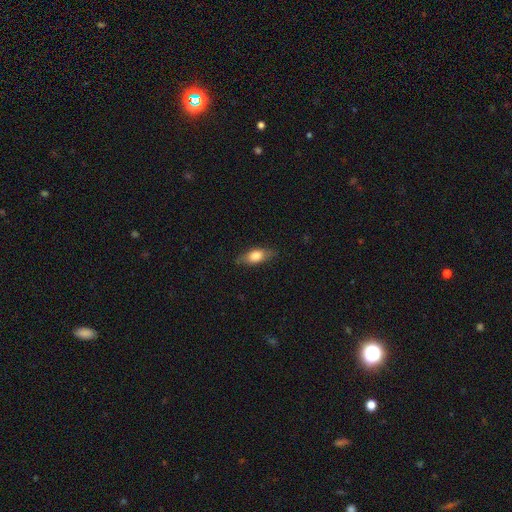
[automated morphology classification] Overall: smooth (71%). How rounded: in between (77%). Merging: none (80%).